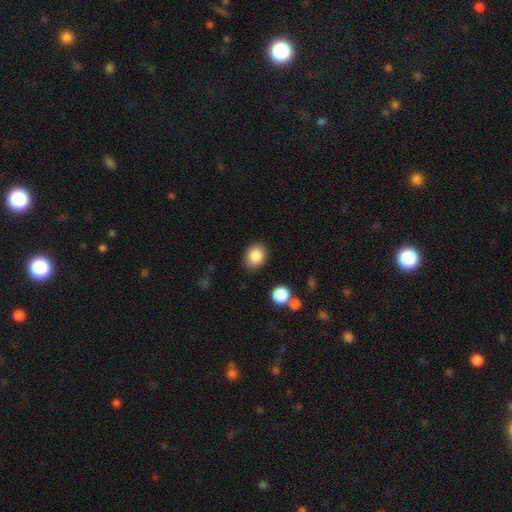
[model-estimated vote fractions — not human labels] Q: Smooth or featured?
A: smooth (86%); runner-up: star or artifact (8%)
Q: How rounded?
A: in between (63%); runner-up: round (36%)
Q: Merging?
A: none (86%); runner-up: minor disturbance (10%)